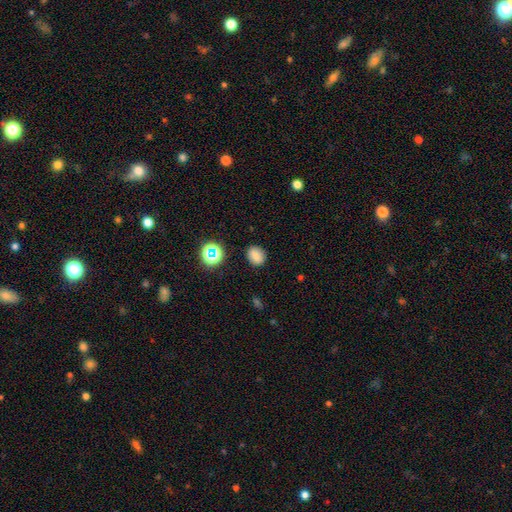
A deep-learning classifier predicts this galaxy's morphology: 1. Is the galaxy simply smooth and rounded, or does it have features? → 78% smooth, 15% star or artifact, 8% featured or disk.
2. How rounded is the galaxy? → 51% in between, 48% round, 1% cigar-shaped.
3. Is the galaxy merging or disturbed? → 86% none, 10% minor disturbance, 3% major disturbance, 2% merger.